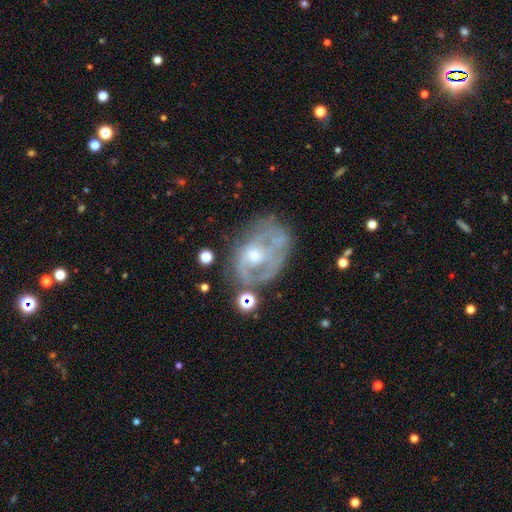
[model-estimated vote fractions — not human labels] This is likely a featured or disk galaxy (73%). It is clearly not viewed edge-on (96%). Bar: likely no (74%). Spiral arm pattern: possibly yes (57%). Central bulge: possibly moderate (53%). Merging: possibly none (50%).